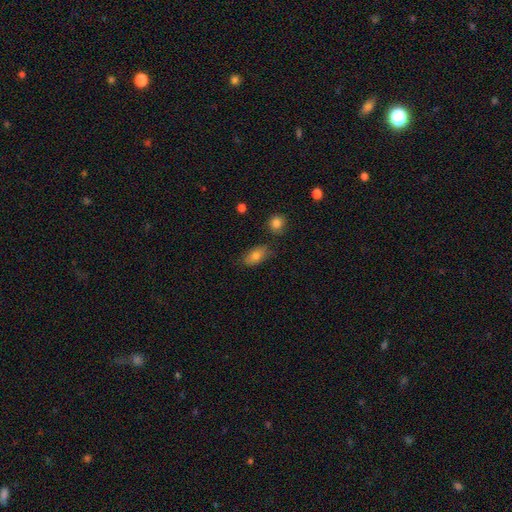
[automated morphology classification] smooth_or_featured: smooth (p=0.78) [alt: featured or disk p=0.14]
how_rounded: in between (p=0.88) [alt: cigar-shaped p=0.06]
merging: none (p=0.77) [alt: minor disturbance p=0.16]